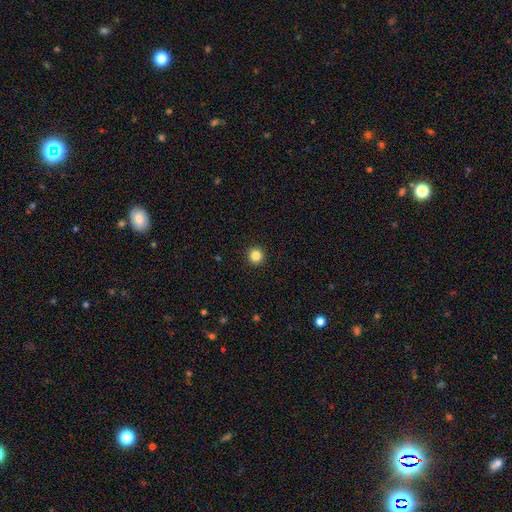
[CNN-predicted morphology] Smooth or featured: smooth — 84% (star or artifact — 12%)
How rounded: round — 96% (in between — 3%)
Merging: none — 93% (minor disturbance — 4%)